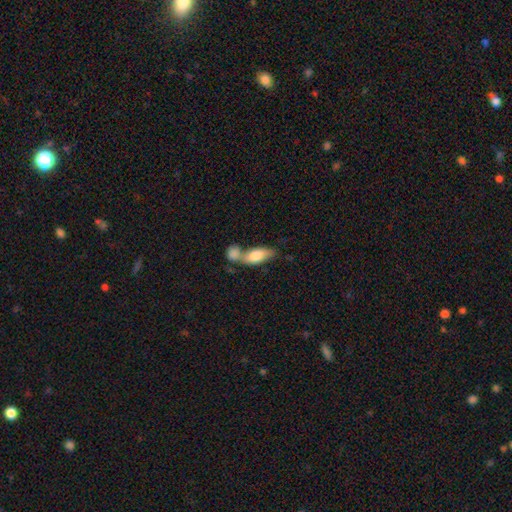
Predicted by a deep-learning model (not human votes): smooth_or_featured: smooth (p=0.72) [alt: featured or disk p=0.21]
how_rounded: in between (p=0.80) [alt: cigar-shaped p=0.16]
merging: merger (p=0.59) [alt: none p=0.26]